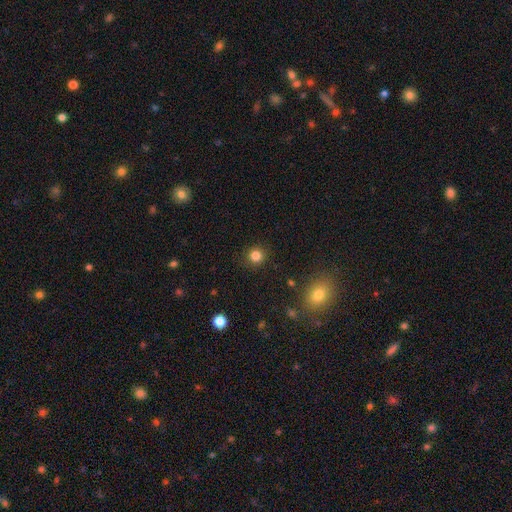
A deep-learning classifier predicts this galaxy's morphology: smooth-or-featured: smooth: 83% | star or artifact: 13% | featured or disk: 4%
  how-rounded: round: 91% | in between: 8% | cigar-shaped: 1%
  merging: none: 90% | minor disturbance: 7% | major disturbance: 2% | merger: 1%